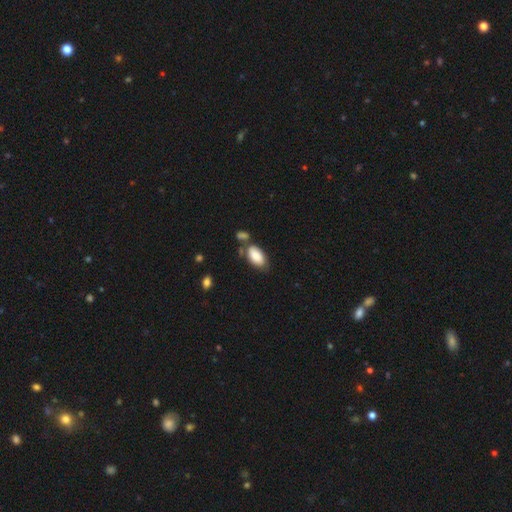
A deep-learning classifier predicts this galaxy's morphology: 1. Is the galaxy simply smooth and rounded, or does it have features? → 86% smooth, 7% featured or disk, 7% star or artifact.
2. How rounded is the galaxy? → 94% in between, 3% cigar-shaped, 3% round.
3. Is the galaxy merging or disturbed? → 55% none, 20% minor disturbance, 19% merger, 6% major disturbance.